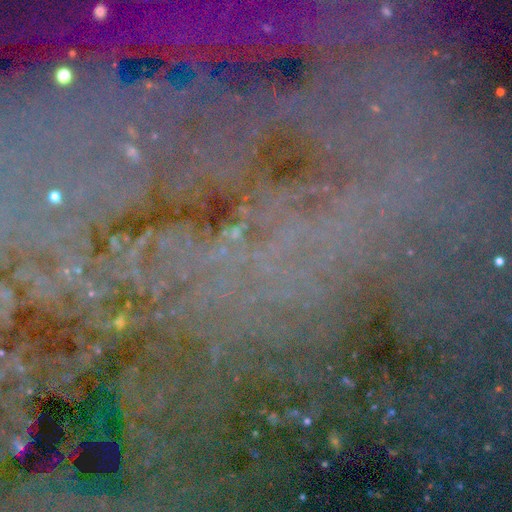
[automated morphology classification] smooth-or-featured: star or artifact: 83% | featured or disk: 9% | smooth: 7%